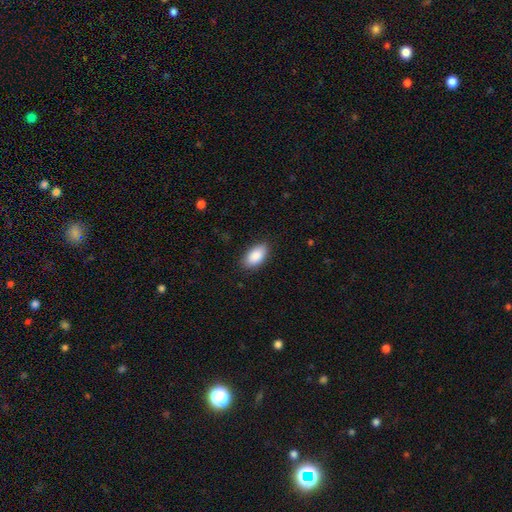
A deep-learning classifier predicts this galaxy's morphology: This is clearly a smooth galaxy (89%). How rounded: clearly in between (95%). Merging: clearly none (86%).